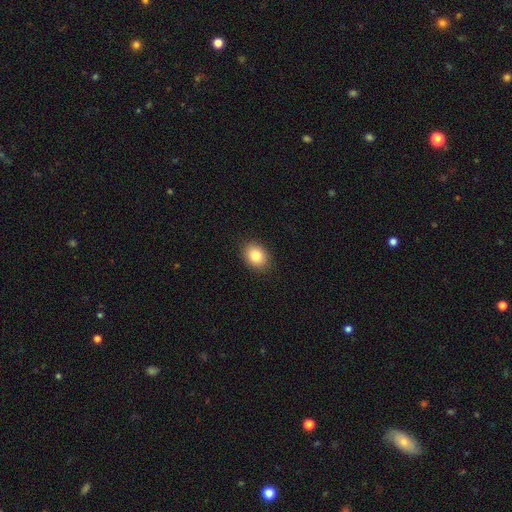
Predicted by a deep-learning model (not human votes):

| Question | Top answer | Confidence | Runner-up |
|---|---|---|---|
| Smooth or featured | smooth | 83% | star or artifact (9%) |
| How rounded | in between | 59% | round (40%) |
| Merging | none | 89% | minor disturbance (8%) |